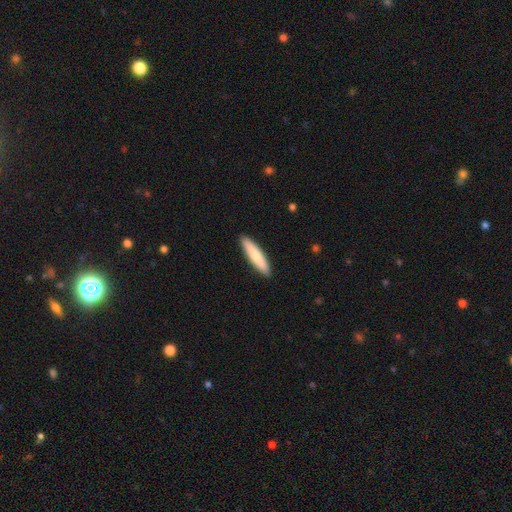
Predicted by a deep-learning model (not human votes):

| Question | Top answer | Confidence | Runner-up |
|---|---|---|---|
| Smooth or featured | smooth | 79% | featured or disk (16%) |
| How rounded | cigar-shaped | 83% | in between (16%) |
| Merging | none | 91% | minor disturbance (6%) |